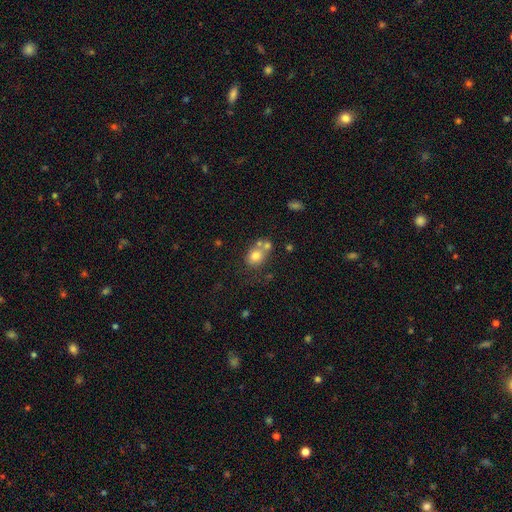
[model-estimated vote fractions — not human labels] This is likely a smooth galaxy (73%). How rounded: possibly round (60%). Merging: marginally none (45%).